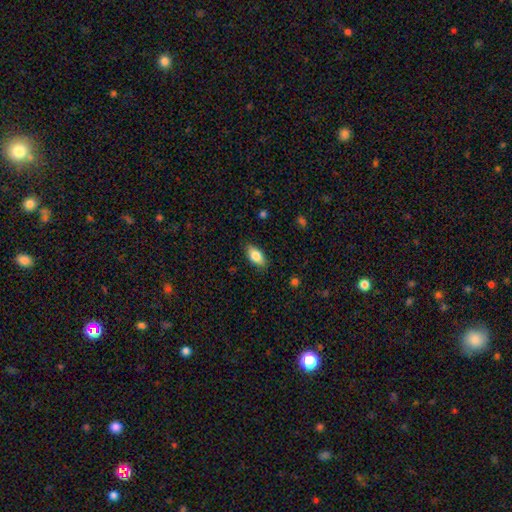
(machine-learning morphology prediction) smooth 82%, featured or disk 11%, star or artifact 7%. Down the decision tree: how rounded — in between (90%); merging — none (86%).